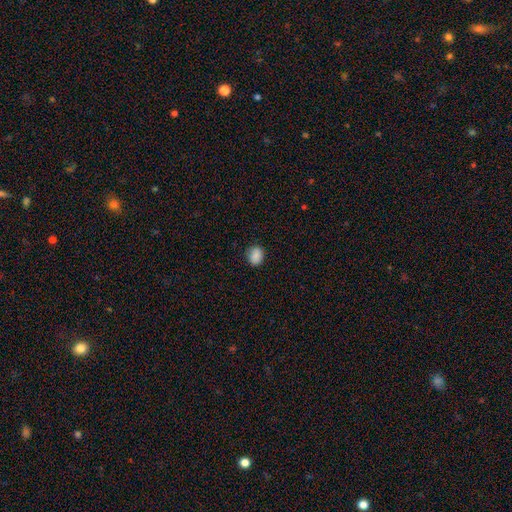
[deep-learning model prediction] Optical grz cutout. It shows a smooth galaxy with no disk features (87%) that is round (57%). Merging: none (83%).